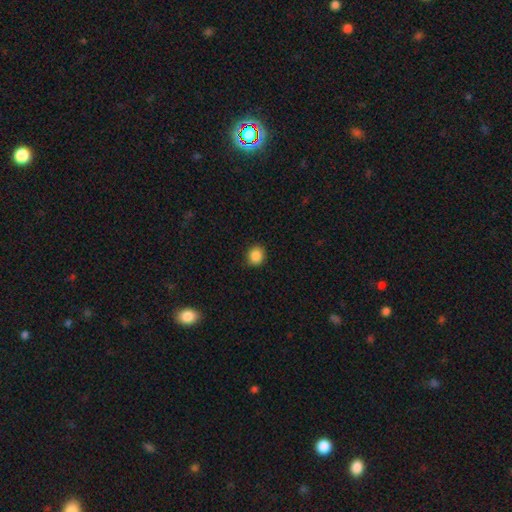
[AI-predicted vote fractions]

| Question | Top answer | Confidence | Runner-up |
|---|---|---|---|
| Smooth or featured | smooth | 87% | star or artifact (10%) |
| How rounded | round | 78% | in between (21%) |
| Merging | none | 86% | minor disturbance (11%) |